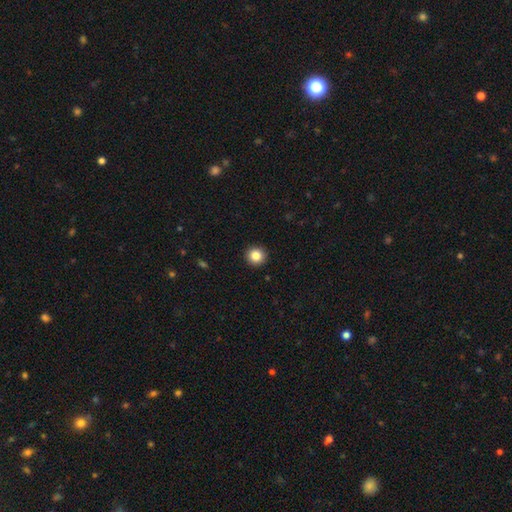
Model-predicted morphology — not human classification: type=smooth (84%); roundness=round (95%); merging=none (93%).